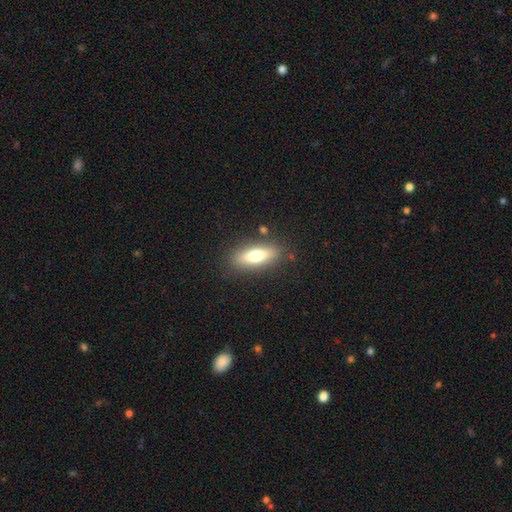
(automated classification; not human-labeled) Overall: smooth (65%; featured or disk 27%). How rounded: in between (61%; cigar-shaped 36%). Merging: none (85%).